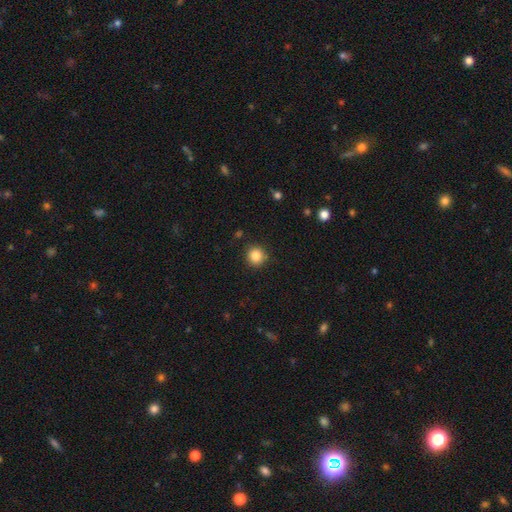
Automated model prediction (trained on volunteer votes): Smooth or featured? Predicted: smooth (p=0.85). How rounded? Predicted: round (p=0.92). Merging? Predicted: none (p=0.88).